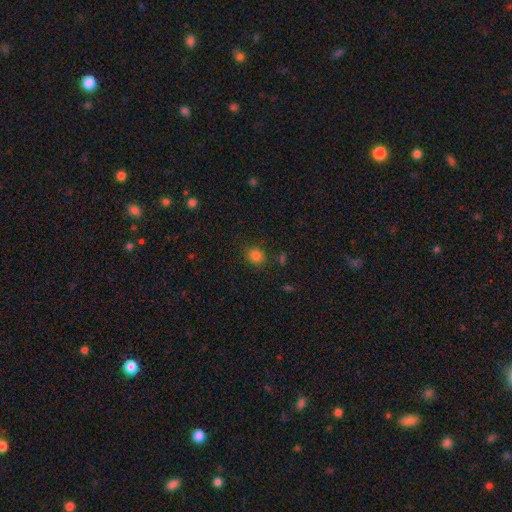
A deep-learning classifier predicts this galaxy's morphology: smooth 82%, star or artifact 13%, featured or disk 5%. Down the decision tree: how rounded — round (70%); merging — none (84%).